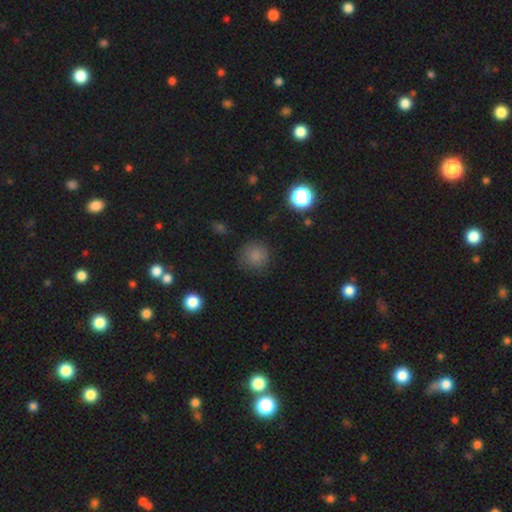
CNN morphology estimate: smooth_or_featured: smooth (p=0.80) [alt: star or artifact p=0.15]
how_rounded: round (p=0.92) [alt: in between p=0.07]
merging: none (p=0.82) [alt: minor disturbance p=0.12]